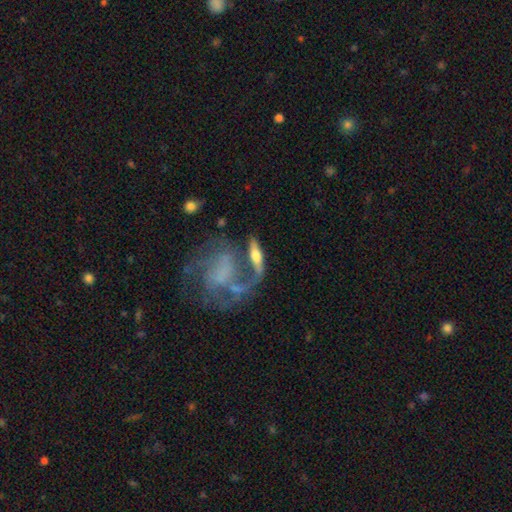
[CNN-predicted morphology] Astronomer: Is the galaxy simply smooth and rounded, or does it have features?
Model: featured or disk — 51% (runner-up: smooth, 42%).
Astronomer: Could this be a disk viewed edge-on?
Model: yes — 63%.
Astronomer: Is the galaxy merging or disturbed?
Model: none — 49%.